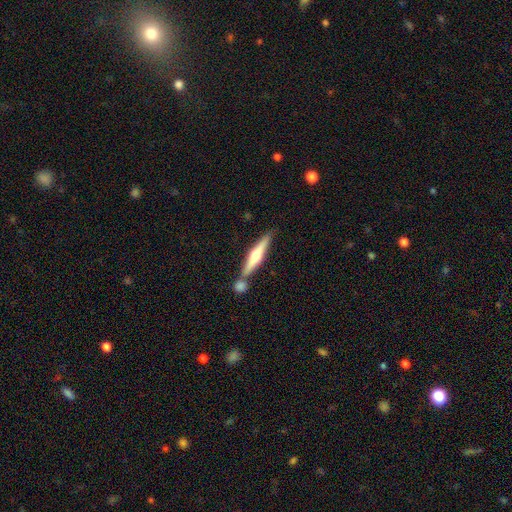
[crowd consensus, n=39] featured or disk 62%, smooth 33%, star or artifact 5%. Down the decision tree: edge-on disk — yes (100%); edge-on bulge — rounded (96%); merging — none (76%).